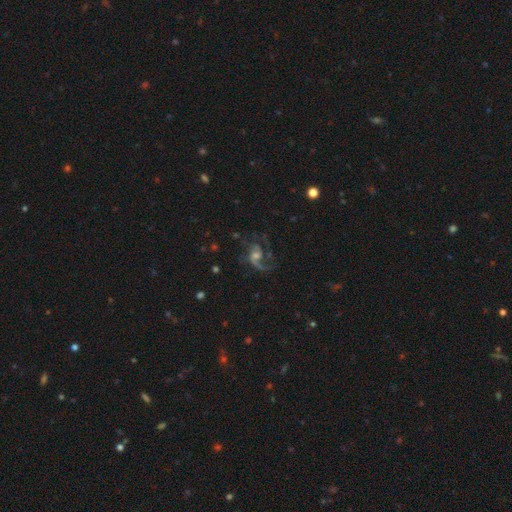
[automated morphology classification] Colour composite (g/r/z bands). It shows a featured or disk galaxy (79%) with no bar (57%), 2 (57%) loose (51%) spiral arms (92%) and a moderate central bulge (44%). Merging: none (51%).